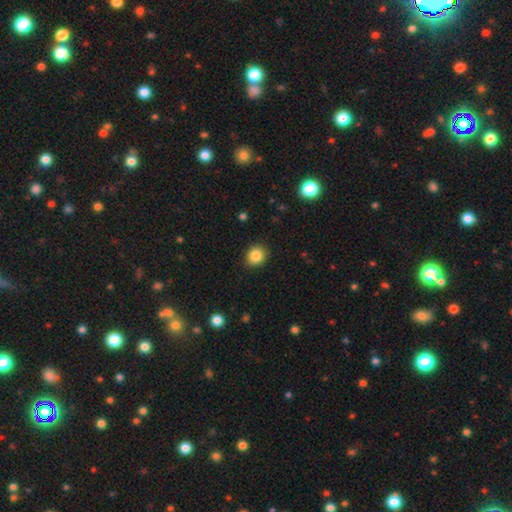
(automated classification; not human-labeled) Smooth or featured? Predicted: smooth (p=0.85). How rounded? Predicted: round (p=0.77). Merging? Predicted: none (p=0.90).